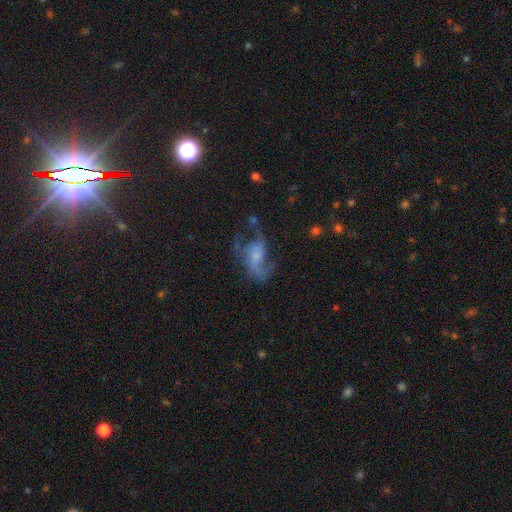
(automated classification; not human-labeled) smooth-or-featured: featured or disk: 68% | smooth: 22% | star or artifact: 10%
  disk-edge-on: no: 95% | yes: 5%
    bar: no: 56% | weak: 34% | strong: 9%
    has-spiral-arms: yes: 84% | no: 16%
      spiral-winding: loose: 65% | medium: 29% | tight: 7%
      spiral-arm-count: 2: 63% | 1: 17% | can't tell: 10% | 3: 6% | 4: 2% | more than 4: 2%
    bulge-size: small: 45% | moderate: 31% | none: 15% | large: 7% | dominant: 2%
  merging: none: 39% | major disturbance: 37% | minor disturbance: 20% | merger: 4%